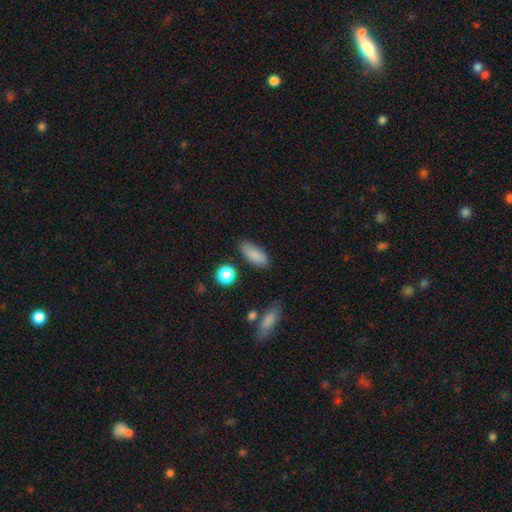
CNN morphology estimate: A smooth galaxy with no disk features (85%) that is in between round and cigar-shaped (79%). Merging: none (82%).